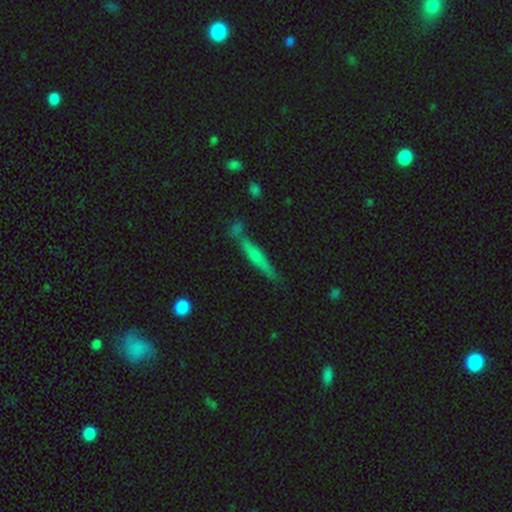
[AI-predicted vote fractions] A smooth galaxy with no disk features (54%) that is cigar-shaped (92%).

Vote fractions:
- Smooth or featured? smooth: 54% / featured or disk: 38% / star or artifact: 8%
- How rounded? cigar-shaped: 92% / in between: 6% / round: 2%
- Merging? none: 72% / minor disturbance: 15% / merger: 8% / major disturbance: 4%